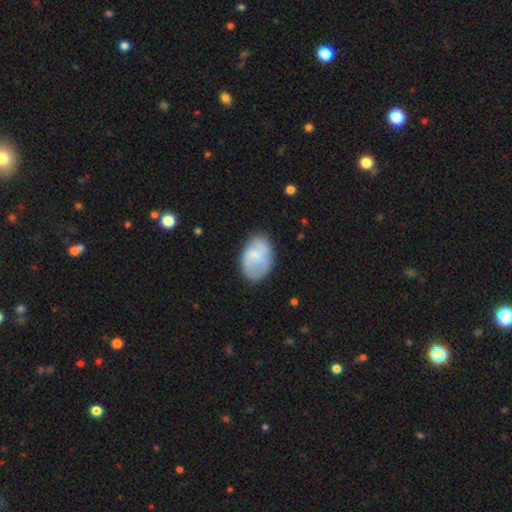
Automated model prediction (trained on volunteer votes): Morphology: type=smooth (57%); roundness=in between (84%); merging=none (66%).